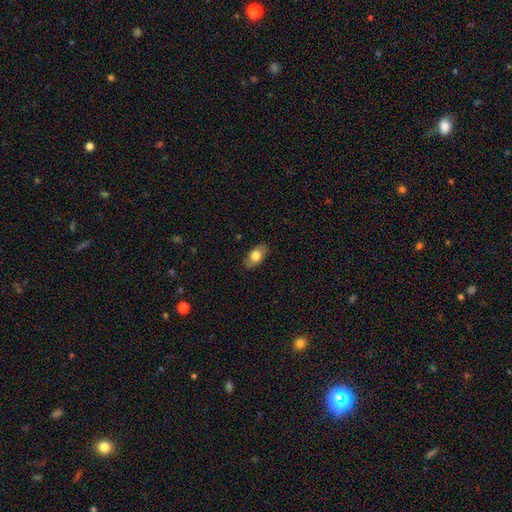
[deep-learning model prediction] This appears to be a smooth galaxy with no disk features (72%) that is in between round and cigar-shaped (91%). Merging: none (84%).